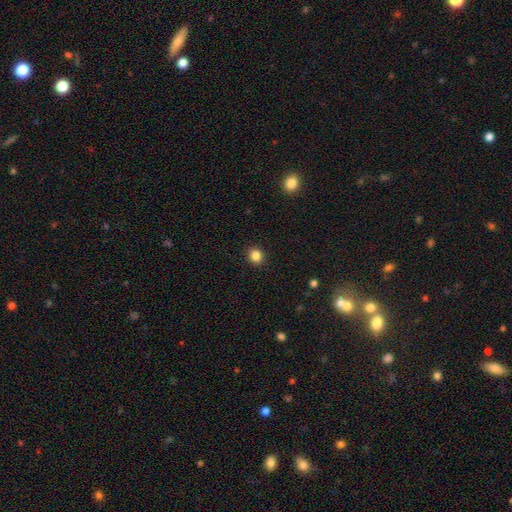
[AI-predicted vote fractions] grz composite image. It shows a smooth galaxy with no disk features (85%) that is round (83%). Merging: none (91%).